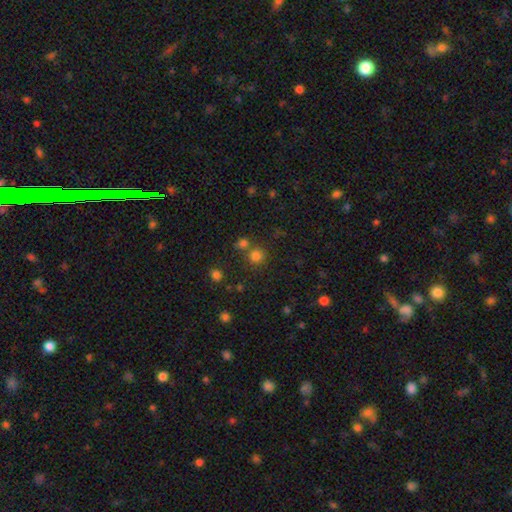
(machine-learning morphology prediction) Smooth or featured? Predicted: smooth (p=0.77). How rounded? Predicted: round (p=0.91). Merging? Predicted: none (p=0.70).